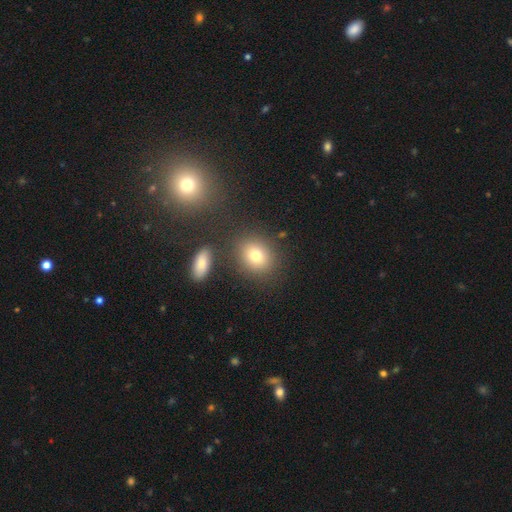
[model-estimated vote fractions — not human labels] Morphology: type=smooth (77%); roundness=round (60%); merging=none (79%).